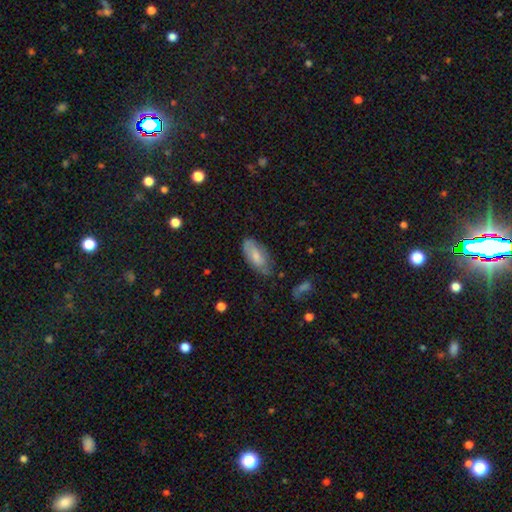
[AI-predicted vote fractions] Smooth or featured? smooth (65%)
How rounded? in between (89%)
Merging? none (60%)